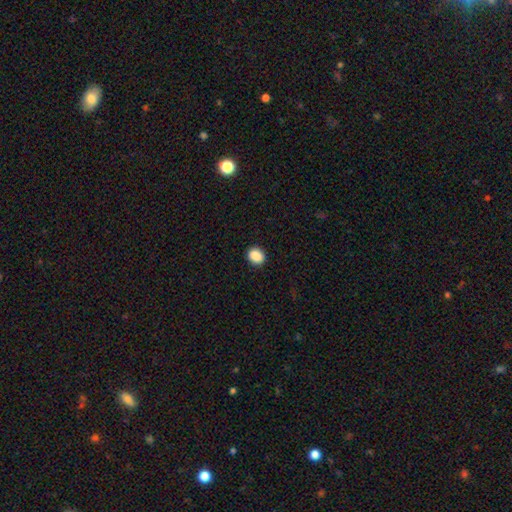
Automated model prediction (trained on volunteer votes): Smooth or featured?
  - smooth: 89% *
  - star or artifact: 9%
  - featured or disk: 3%
How rounded?
  - round: 57% *
  - in between: 42%
  - cigar-shaped: 1%
Merging?
  - none: 90% *
  - minor disturbance: 7%
  - major disturbance: 2%
  - merger: 1%